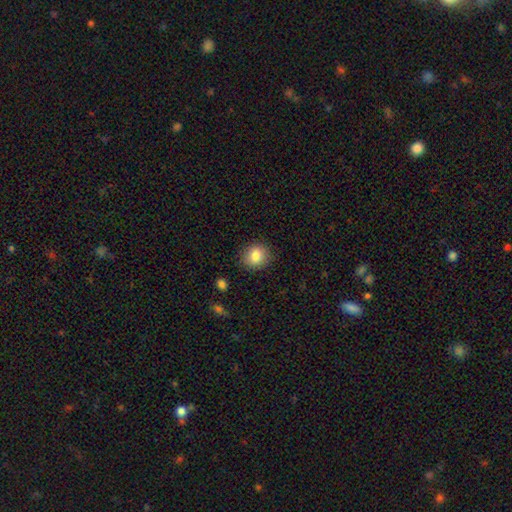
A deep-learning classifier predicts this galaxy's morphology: Smooth or featured? Predicted: smooth (p=0.84). How rounded? Predicted: round (p=0.77). Merging? Predicted: none (p=0.88).